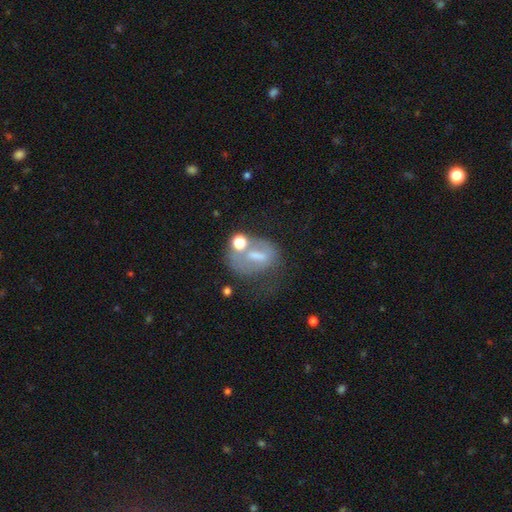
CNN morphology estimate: Overall: featured or disk (46%; smooth 39%). Merging: none (32%; major disturbance 29%).